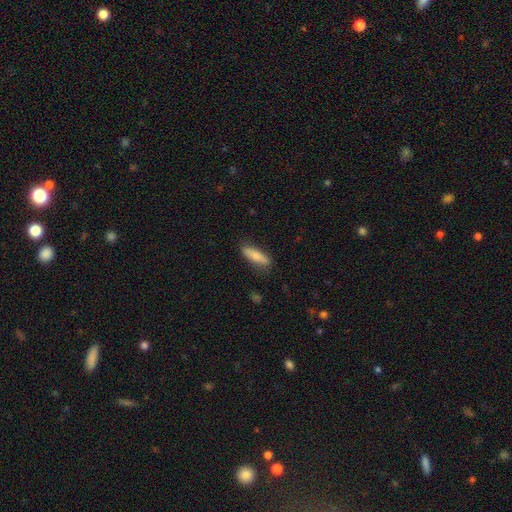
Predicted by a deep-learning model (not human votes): Morphology: type=smooth (75%); roundness=cigar-shaped (60%); merging=none (83%).